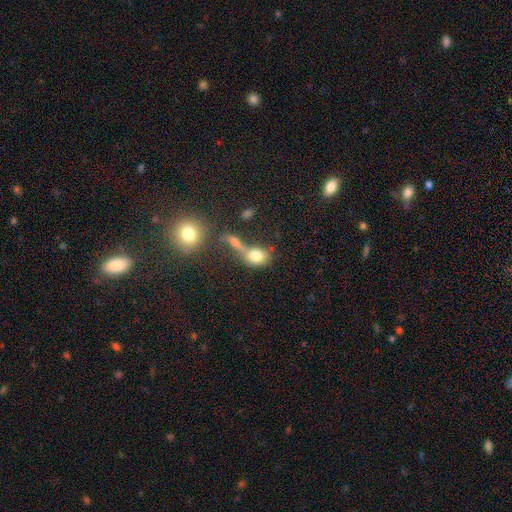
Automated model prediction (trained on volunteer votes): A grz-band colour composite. It shows a smooth galaxy with no disk features (76%) that is in between round and cigar-shaped (50%). Merging: merger (47%).